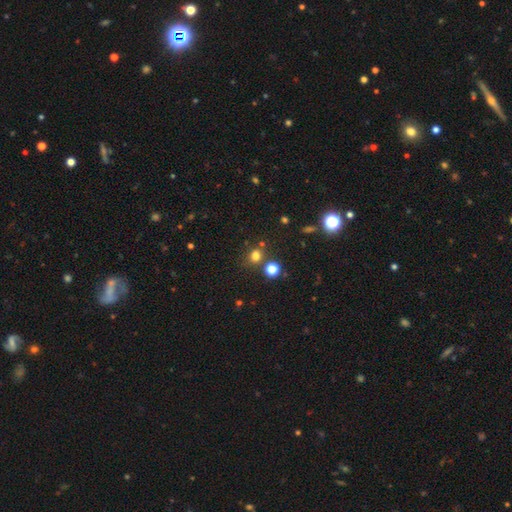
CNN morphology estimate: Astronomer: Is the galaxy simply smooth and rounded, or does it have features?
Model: smooth — 72%.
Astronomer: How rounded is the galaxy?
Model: round — 69%.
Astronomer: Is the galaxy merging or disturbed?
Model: none — 71%.